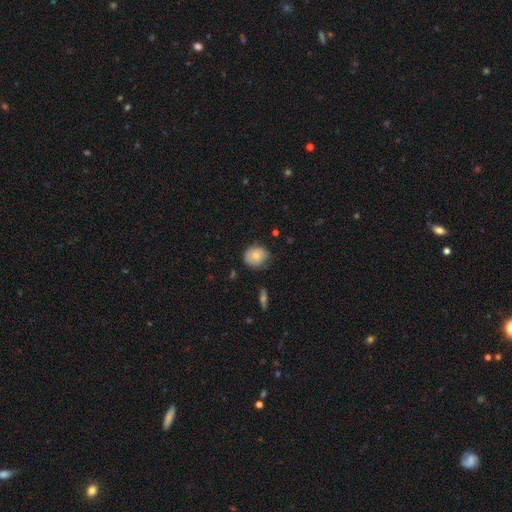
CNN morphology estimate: smooth 71%, featured or disk 21%, star or artifact 8%. Down the decision tree: how rounded — round (73%); merging — none (74%).